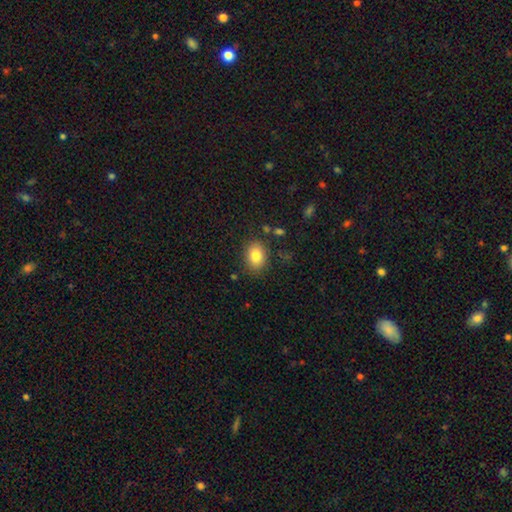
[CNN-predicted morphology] This appears to be a smooth galaxy with no disk features (83%) that is in between round and cigar-shaped (70%). Merging: none (84%).